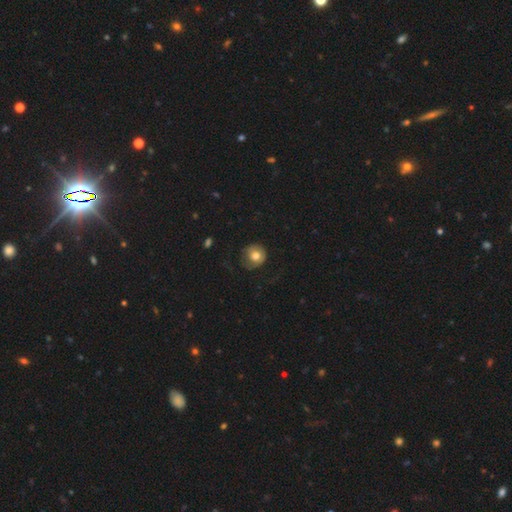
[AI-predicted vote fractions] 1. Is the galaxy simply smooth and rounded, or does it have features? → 73% smooth, 19% featured or disk, 8% star or artifact.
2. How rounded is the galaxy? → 85% round, 14% in between, 1% cigar-shaped.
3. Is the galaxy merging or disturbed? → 56% none, 26% minor disturbance, 17% major disturbance, 1% merger.